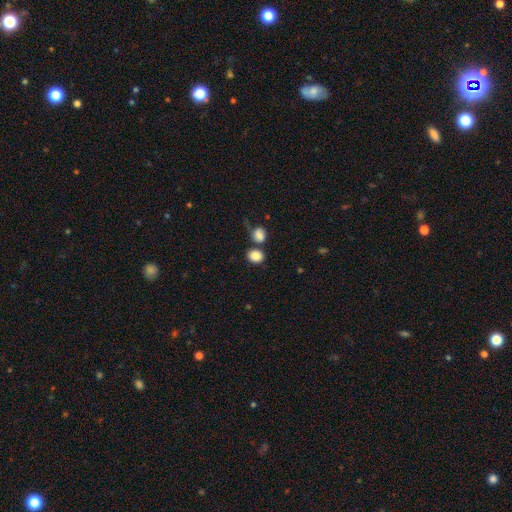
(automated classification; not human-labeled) A smooth galaxy with no disk features (85%) that is round (60%).

Vote fractions:
- Smooth or featured? smooth: 85% / star or artifact: 9% / featured or disk: 6%
- How rounded? round: 60% / in between: 39% / cigar-shaped: 1%
- Merging? none: 61% / merger: 23% / minor disturbance: 11% / major disturbance: 5%